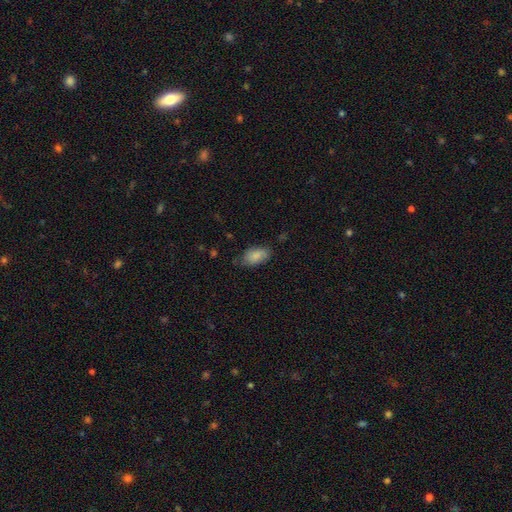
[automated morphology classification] A smooth galaxy with no disk features (81%) that is in between round and cigar-shaped (93%).

Vote fractions:
- Smooth or featured? smooth: 81% / featured or disk: 12% / star or artifact: 7%
- How rounded? in between: 93% / round: 5% / cigar-shaped: 2%
- Merging? none: 66% / minor disturbance: 27% / major disturbance: 5% / merger: 2%